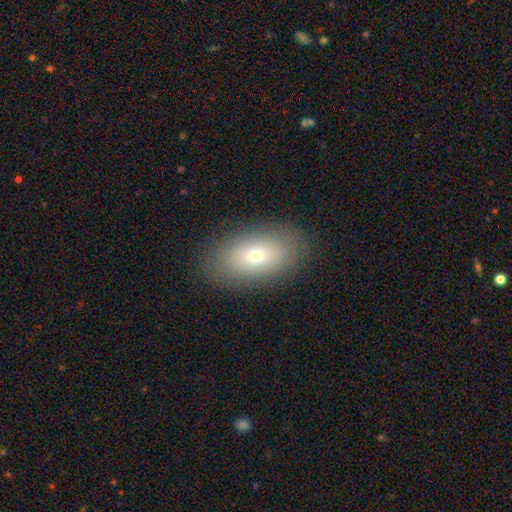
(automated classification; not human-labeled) Smooth or featured?
  - smooth: 68% *
  - featured or disk: 22%
  - star or artifact: 10%
How rounded?
  - in between: 90% *
  - round: 8%
  - cigar-shaped: 2%
Merging?
  - none: 86% *
  - minor disturbance: 10%
  - major disturbance: 4%
  - merger: 1%